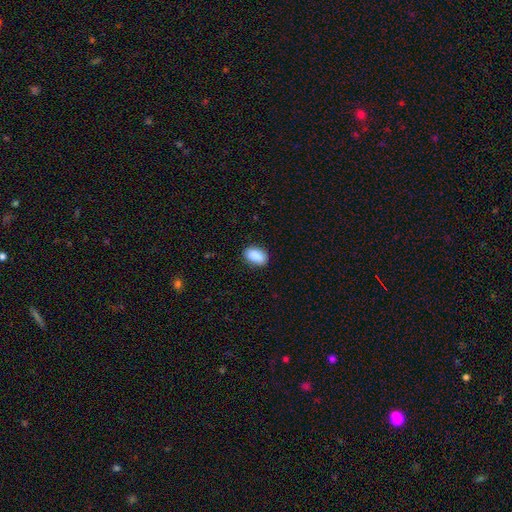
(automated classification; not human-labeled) The model was most divided on "merging": none: 87%, minor disturbance: 10%, major disturbance: 2%, merger: 1%. More confident: how rounded — in between (91%); smooth or featured — smooth (90%).